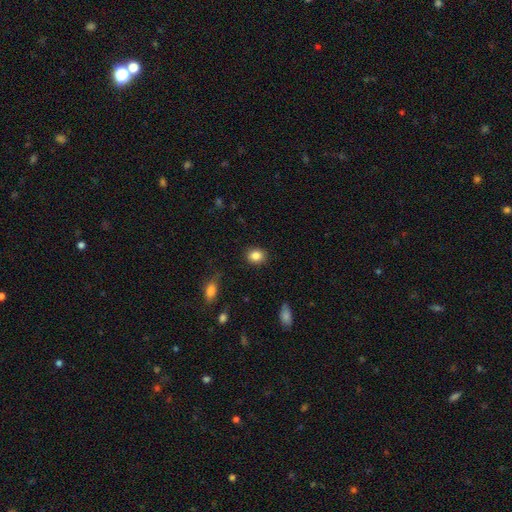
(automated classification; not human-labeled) A smooth galaxy with no disk features (85%) that is round (61%). Merging: none (88%).